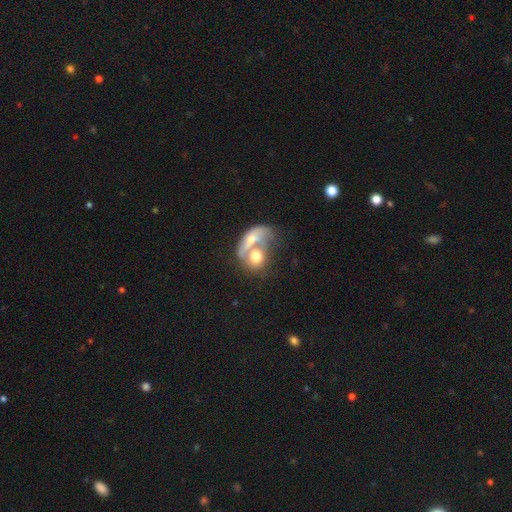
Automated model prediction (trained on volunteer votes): Smooth or featured?
  - smooth: 55% *
  - featured or disk: 37%
  - star or artifact: 8%
How rounded?
  - in between: 55% *
  - round: 41%
  - cigar-shaped: 3%
Merging?
  - merger: 74% *
  - none: 10%
  - major disturbance: 10%
  - minor disturbance: 6%